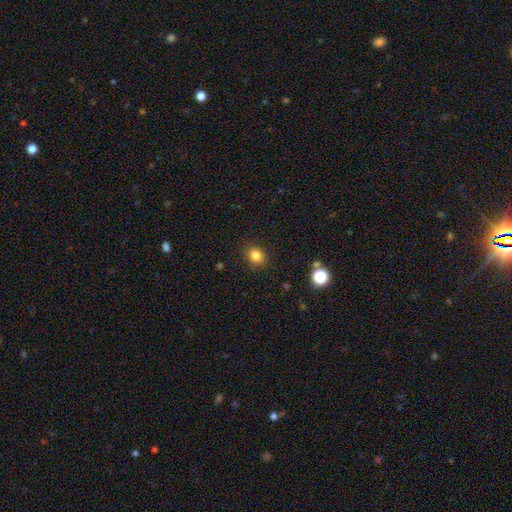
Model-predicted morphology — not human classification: Smooth or featured? smooth (83%)
How rounded? round (61%)
Merging? none (87%)